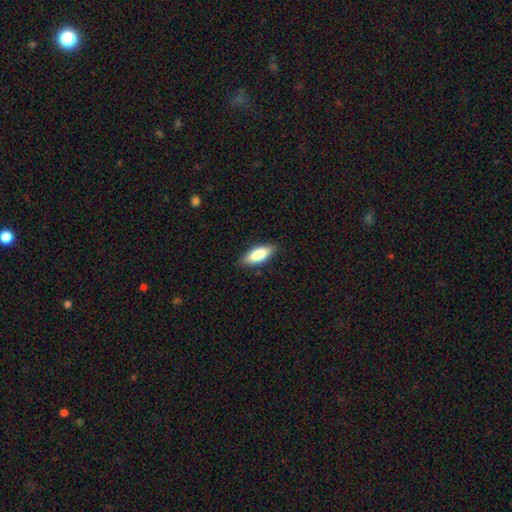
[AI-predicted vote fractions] smooth-or-featured: smooth: 82% | featured or disk: 12% | star or artifact: 6%
  how-rounded: in between: 78% | cigar-shaped: 20% | round: 2%
  merging: none: 85% | minor disturbance: 12% | major disturbance: 2% | merger: 1%